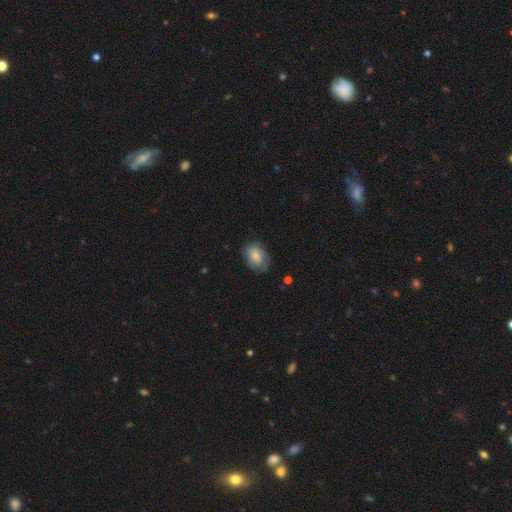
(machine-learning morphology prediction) smooth 80%, featured or disk 13%, star or artifact 7%. Down the decision tree: how rounded — in between (74%); merging — none (73%).